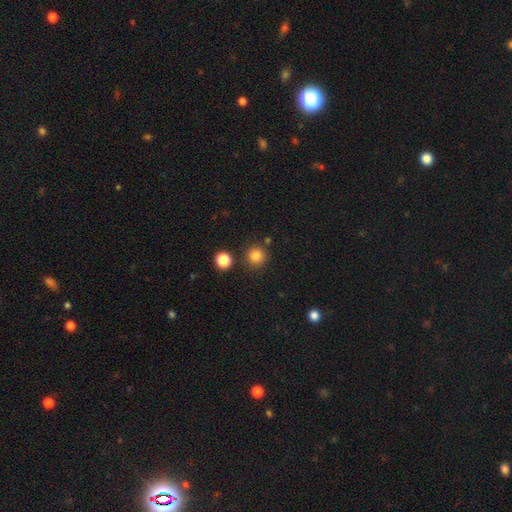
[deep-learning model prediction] smooth 83%, star or artifact 12%, featured or disk 5%. Down the decision tree: how rounded — round (94%); merging — none (85%).